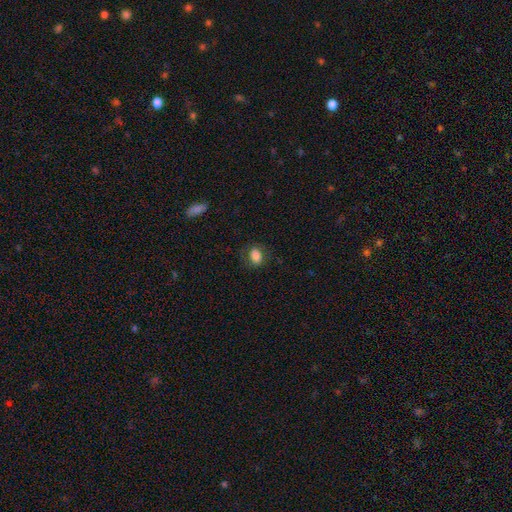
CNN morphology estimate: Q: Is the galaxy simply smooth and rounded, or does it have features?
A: smooth — 82%.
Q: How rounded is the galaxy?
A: in between — 75%.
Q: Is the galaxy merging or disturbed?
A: none — 76%.